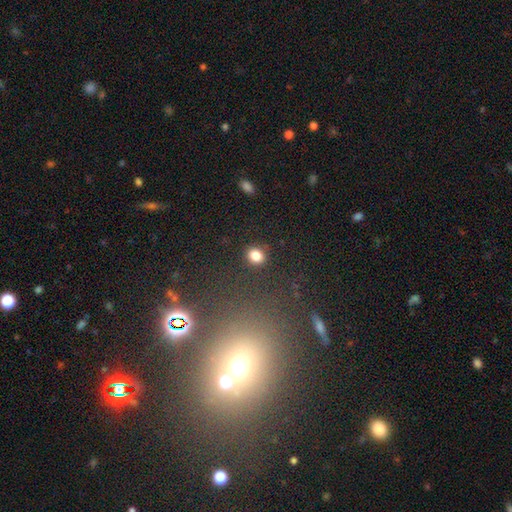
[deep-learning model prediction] Smooth or featured? Predicted: smooth (p=0.83). How rounded? Predicted: round (p=0.63). Merging? Predicted: none (p=0.88).